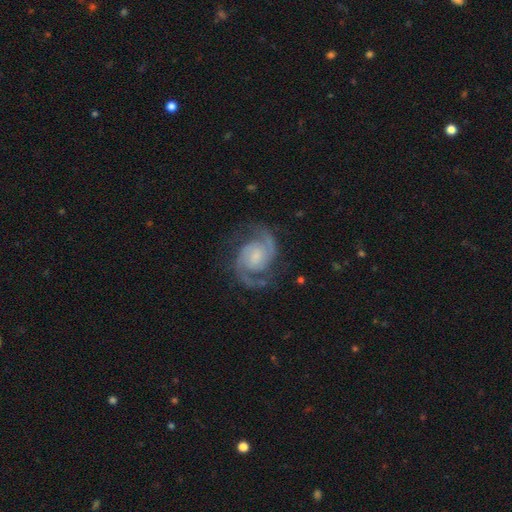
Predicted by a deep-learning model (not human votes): Smooth or featured: featured or disk — 92% (star or artifact — 4%)
Edge-on disk: no — 98% (yes — 2%)
Bar: no — 46% (weak — 44%)
Spiral arms: yes — 99% (no — 1%)
Spiral winding: medium — 59% (tight — 29%)
Spiral arm count: 2 — 93% (3 — 2%)
Bulge size: small — 39% (moderate — 31%)
Merging: none — 78% (minor disturbance — 14%)